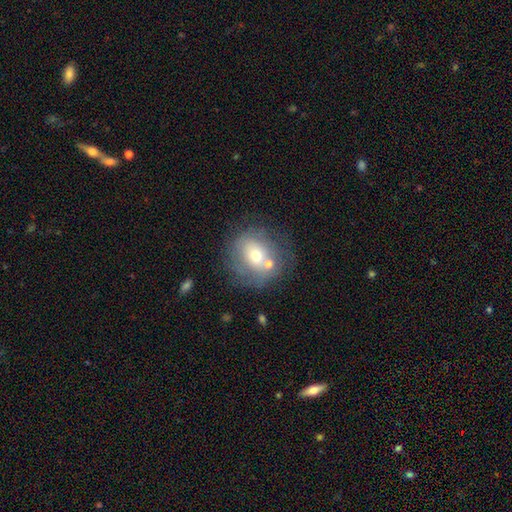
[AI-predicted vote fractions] Smooth or featured? smooth (55%)
How rounded? round (81%)
Merging? none (55%)